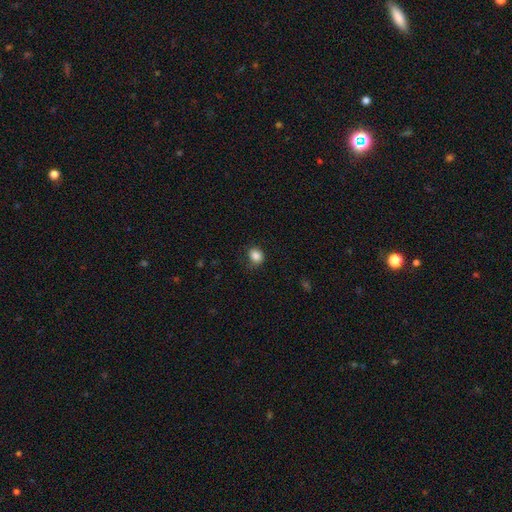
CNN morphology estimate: type=smooth (85%); roundness=round (66%); merging=none (71%).